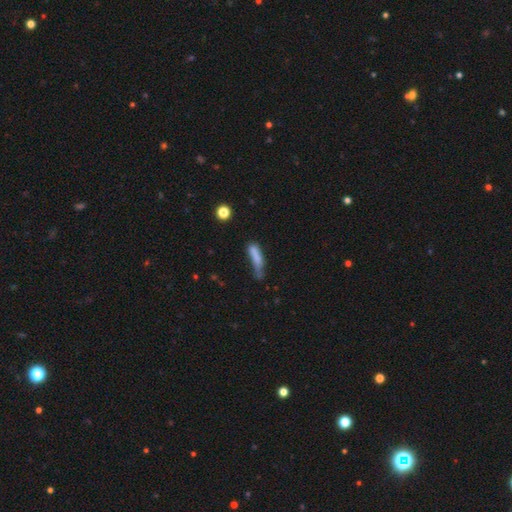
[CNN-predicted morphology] A smooth galaxy with no disk features (73%) that is cigar-shaped (74%). Merging: none (34%, tied with minor disturbance).